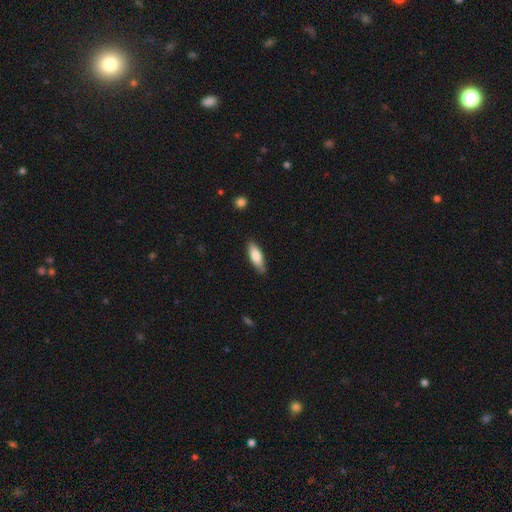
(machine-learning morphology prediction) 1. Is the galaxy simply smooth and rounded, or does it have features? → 75% smooth, 19% featured or disk, 6% star or artifact.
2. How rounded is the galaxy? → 58% in between, 40% cigar-shaped, 2% round.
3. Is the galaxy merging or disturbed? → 83% none, 14% minor disturbance, 2% major disturbance, 1% merger.